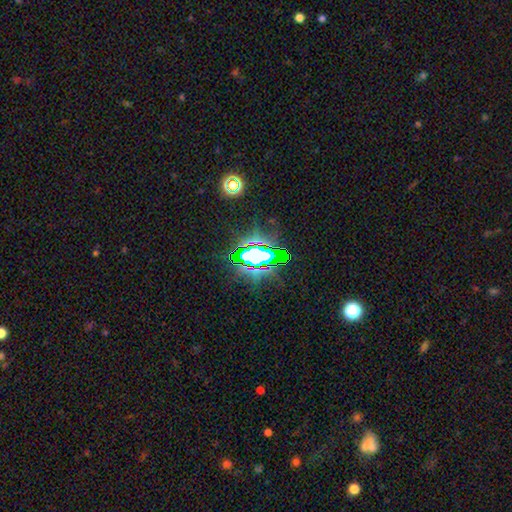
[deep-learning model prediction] star or artifact 67%, smooth 20%, featured or disk 13%.